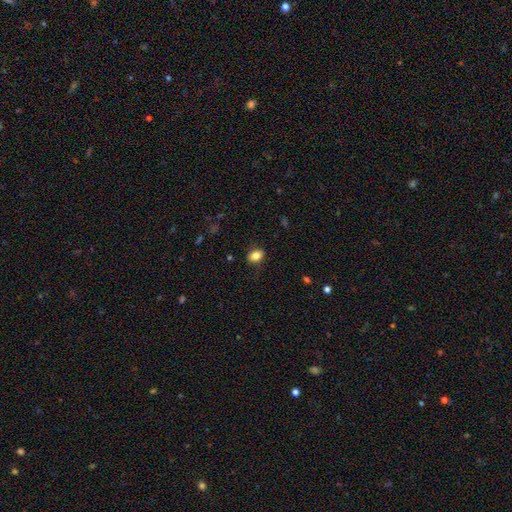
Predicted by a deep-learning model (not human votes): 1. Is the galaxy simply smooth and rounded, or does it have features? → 84% smooth, 10% star or artifact, 6% featured or disk.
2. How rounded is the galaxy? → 66% in between, 33% round, 1% cigar-shaped.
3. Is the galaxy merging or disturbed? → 84% none, 12% minor disturbance, 3% major disturbance, 1% merger.